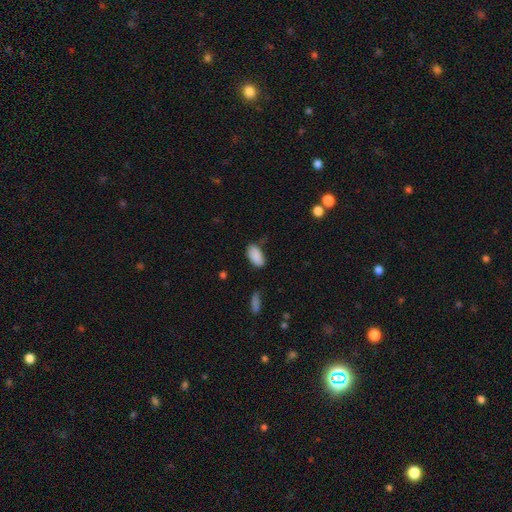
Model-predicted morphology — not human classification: Smooth or featured? smooth (89%)
How rounded? in between (94%)
Merging? none (75%)